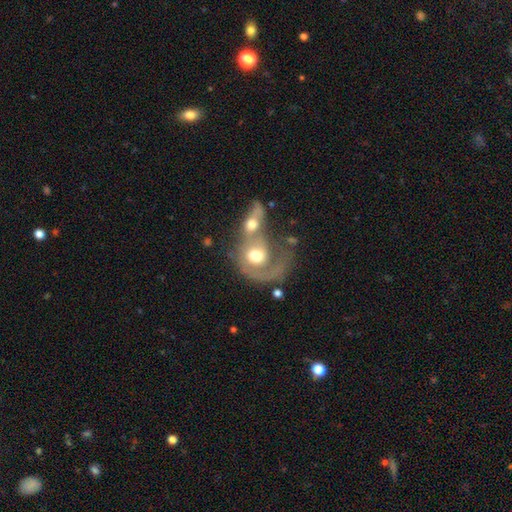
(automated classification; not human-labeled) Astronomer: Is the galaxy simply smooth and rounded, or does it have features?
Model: featured or disk — 56% (runner-up: smooth, 36%).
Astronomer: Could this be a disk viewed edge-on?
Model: no — 96%.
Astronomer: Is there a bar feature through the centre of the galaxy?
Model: no — 78%.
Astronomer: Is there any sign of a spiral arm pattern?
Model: yes — 64%.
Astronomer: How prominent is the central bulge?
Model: moderate — 63%.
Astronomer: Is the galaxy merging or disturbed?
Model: merger — 71%.